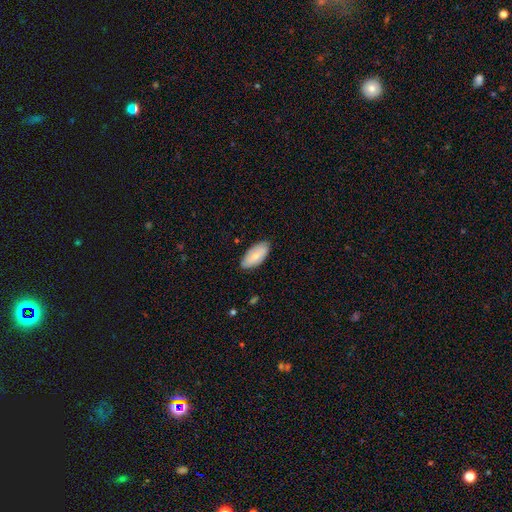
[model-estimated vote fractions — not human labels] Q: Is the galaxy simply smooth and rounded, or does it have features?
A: smooth — 73%.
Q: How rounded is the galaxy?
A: in between — 93%.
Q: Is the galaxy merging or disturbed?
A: none — 82%.